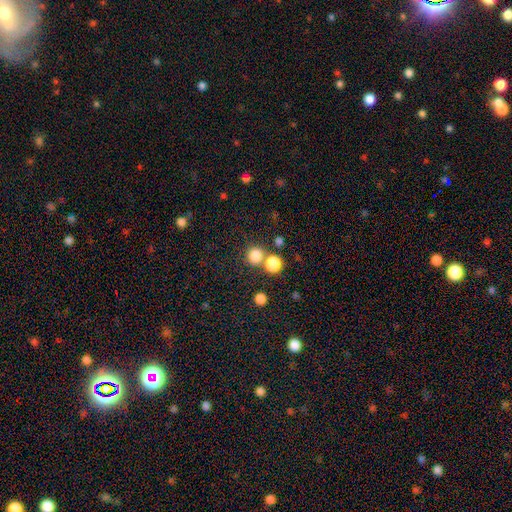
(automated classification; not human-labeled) Morphology: type=smooth (81%); roundness=round (92%); merging=none (68%).